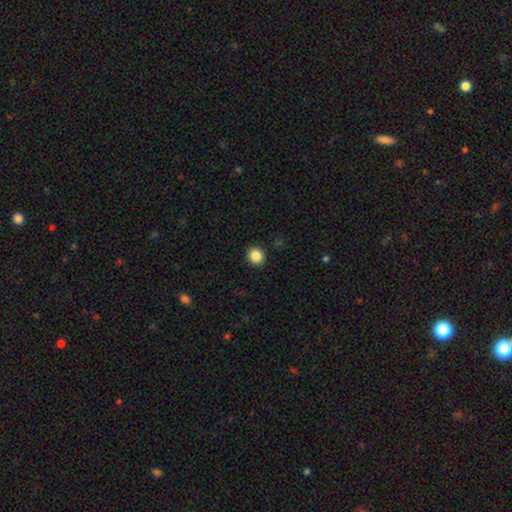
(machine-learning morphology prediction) The model was most divided on "smooth or featured": smooth: 86%, star or artifact: 10%, featured or disk: 4%. More confident: merging — none (92%); how rounded — round (88%).